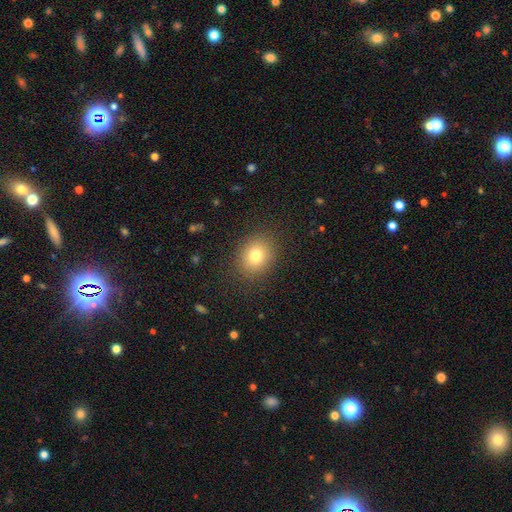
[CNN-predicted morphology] Smooth or featured?
  - smooth: 77% *
  - star or artifact: 13%
  - featured or disk: 10%
How rounded?
  - round: 64% *
  - in between: 35%
  - cigar-shaped: 1%
Merging?
  - none: 87% *
  - minor disturbance: 8%
  - major disturbance: 3%
  - merger: 1%